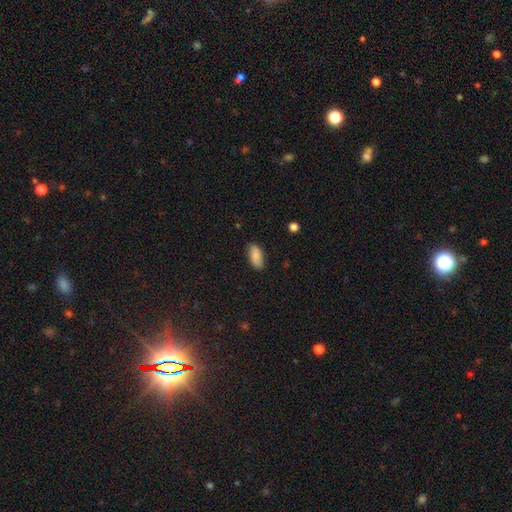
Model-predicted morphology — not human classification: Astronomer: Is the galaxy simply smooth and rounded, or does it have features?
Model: smooth — 85%.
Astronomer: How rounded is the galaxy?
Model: in between — 91%.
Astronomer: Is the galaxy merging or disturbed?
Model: none — 84%.